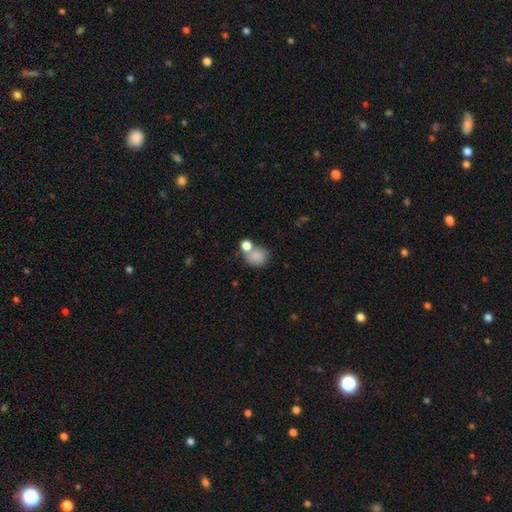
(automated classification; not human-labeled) Overall: smooth (81%). How rounded: round (70%). Merging: none (44%; merger 35%).